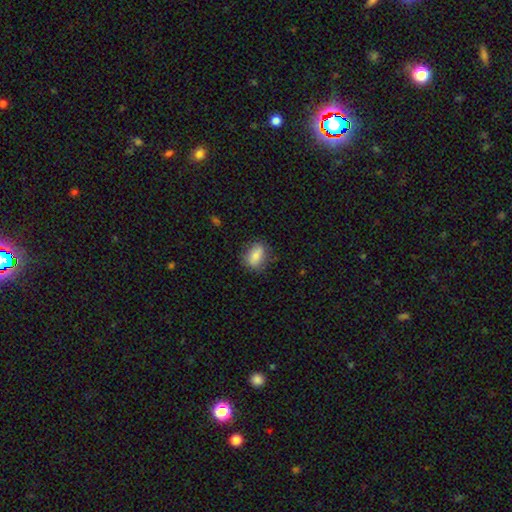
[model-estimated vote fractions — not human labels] Overall: smooth (79%). How rounded: in between (77%). Merging: none (75%).